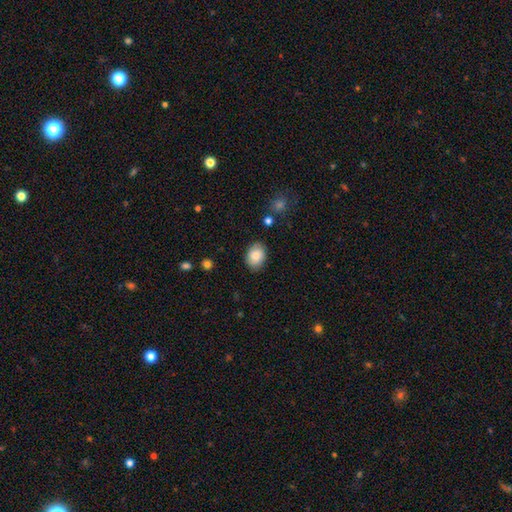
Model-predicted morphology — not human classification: A smooth galaxy with no disk features (84%) that is in between round and cigar-shaped (75%).

Vote fractions:
- Smooth or featured? smooth: 84% / featured or disk: 9% / star or artifact: 7%
- How rounded? in between: 75% / round: 24% / cigar-shaped: 1%
- Merging? none: 84% / minor disturbance: 11% / major disturbance: 3% / merger: 1%